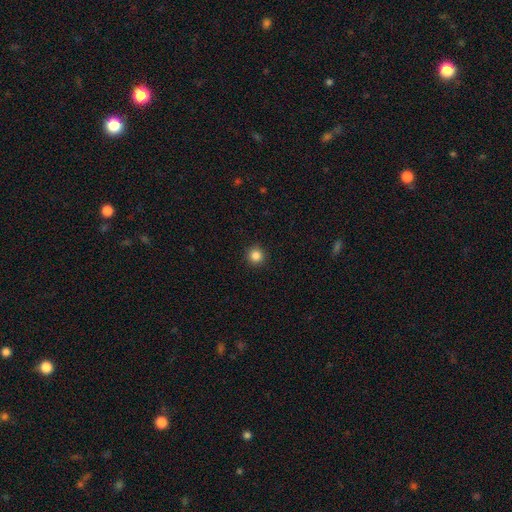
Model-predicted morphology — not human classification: A smooth galaxy with no disk features (85%) that is round (95%).

Vote fractions:
- Smooth or featured? smooth: 85% / star or artifact: 12% / featured or disk: 4%
- How rounded? round: 95% / in between: 4% / cigar-shaped: 1%
- Merging? none: 92% / minor disturbance: 5% / major disturbance: 2% / merger: 1%